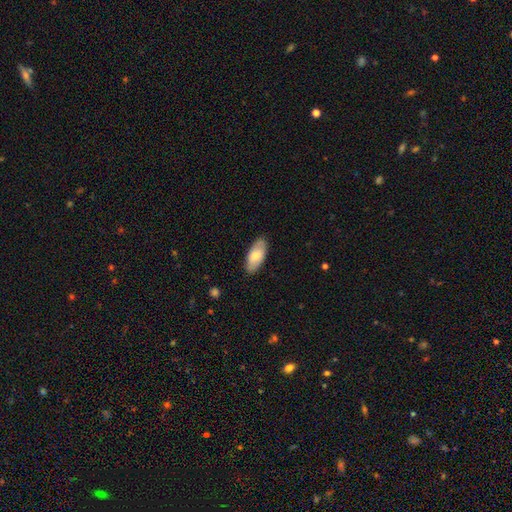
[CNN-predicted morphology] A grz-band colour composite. It shows a smooth galaxy with no disk features (71%) that is in between round and cigar-shaped (90%). Merging: none (85%).